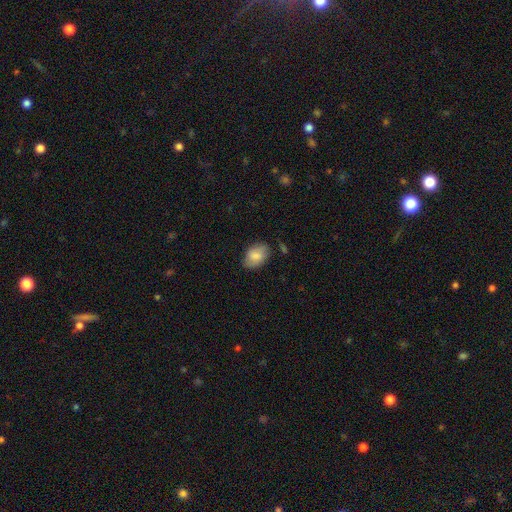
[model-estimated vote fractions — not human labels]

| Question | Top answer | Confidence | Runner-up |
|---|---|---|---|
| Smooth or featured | smooth | 80% | featured or disk (13%) |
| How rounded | in between | 85% | round (13%) |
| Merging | none | 76% | minor disturbance (18%) |